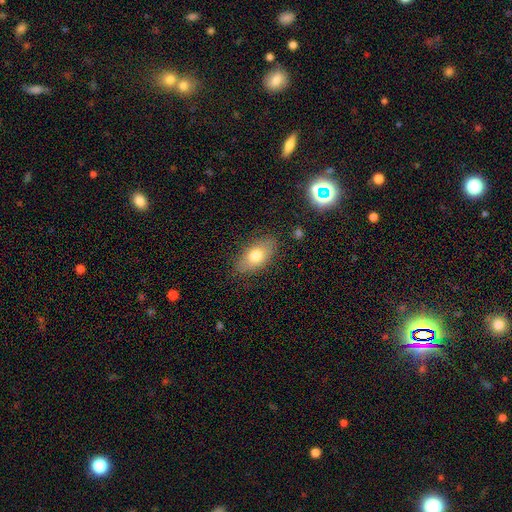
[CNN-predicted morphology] Smooth or featured?
  - smooth: 74% *
  - featured or disk: 18%
  - star or artifact: 8%
How rounded?
  - in between: 89% *
  - round: 7%
  - cigar-shaped: 4%
Merging?
  - none: 82% *
  - minor disturbance: 13%
  - major disturbance: 3%
  - merger: 2%